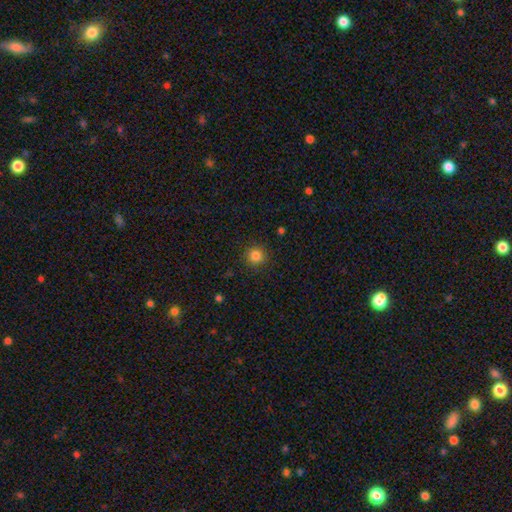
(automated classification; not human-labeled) A smooth galaxy with no disk features (84%) that is round (93%). Merging: none (90%).